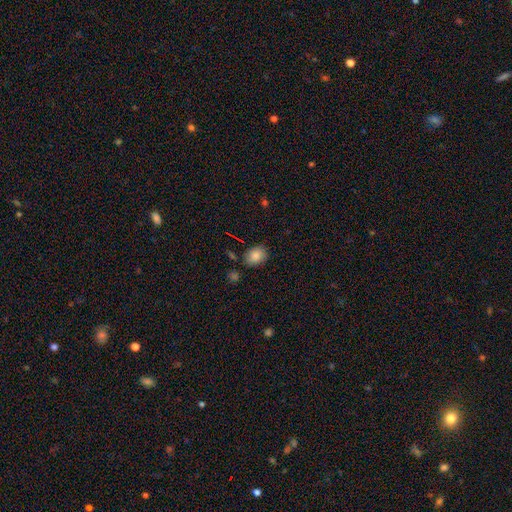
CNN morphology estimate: A smooth galaxy with no disk features (85%) that is in between round and cigar-shaped (59%). Merging: none (81%).